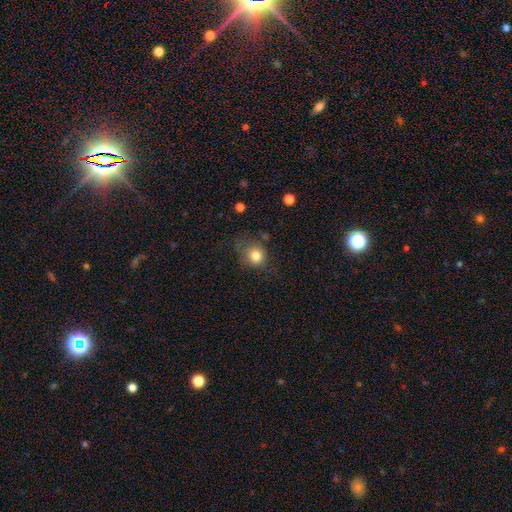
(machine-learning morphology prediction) This appears to be a smooth galaxy with no disk features (81%) that is round (75%). Merging: none (64%).